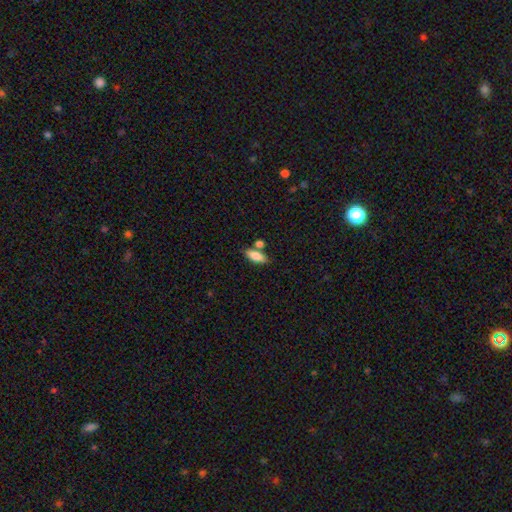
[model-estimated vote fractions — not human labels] smooth 84%, featured or disk 9%, star or artifact 7%. Down the decision tree: how rounded — in between (79%); merging — none (67%).